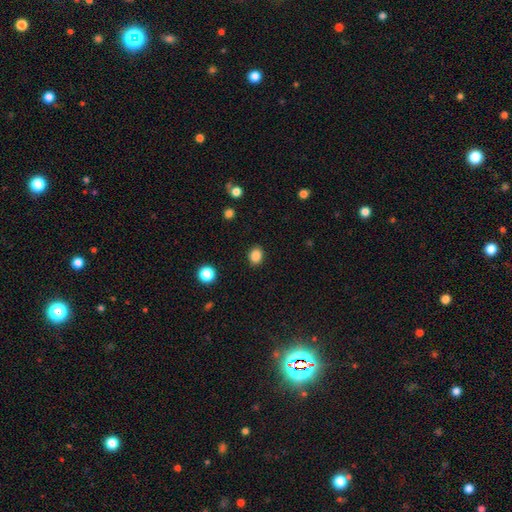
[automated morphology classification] Smooth or featured? Predicted: smooth (p=0.86). How rounded? Predicted: in between (p=0.50). Merging? Predicted: none (p=0.89).